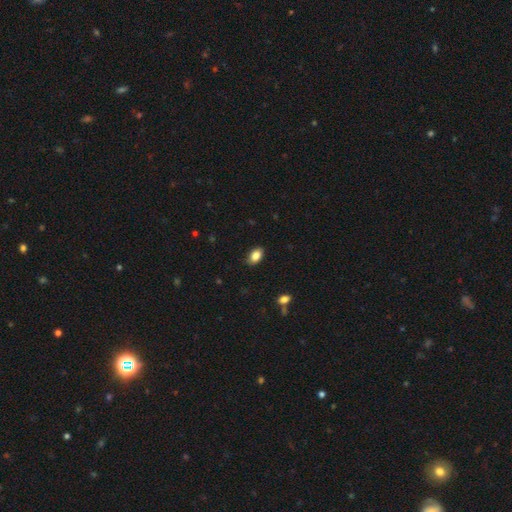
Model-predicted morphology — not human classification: Overall: smooth (86%). How rounded: in between (89%). Merging: none (86%).